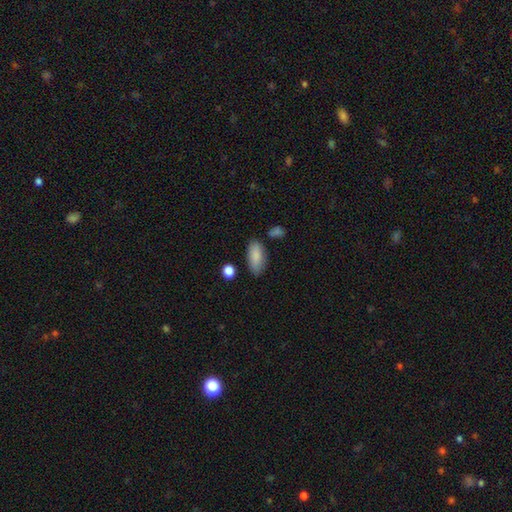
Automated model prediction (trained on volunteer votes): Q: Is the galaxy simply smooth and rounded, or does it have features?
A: smooth — 87%.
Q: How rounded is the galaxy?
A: in between — 88%.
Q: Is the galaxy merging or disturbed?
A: none — 77%.